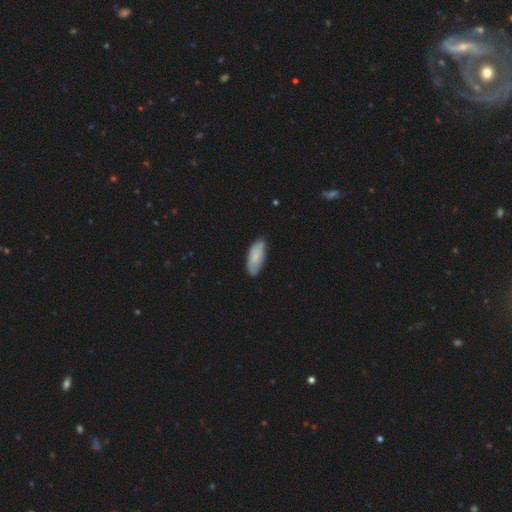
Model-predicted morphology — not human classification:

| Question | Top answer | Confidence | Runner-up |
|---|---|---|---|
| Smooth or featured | smooth | 76% | featured or disk (18%) |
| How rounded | in between | 83% | cigar-shaped (16%) |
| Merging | none | 74% | minor disturbance (21%) |